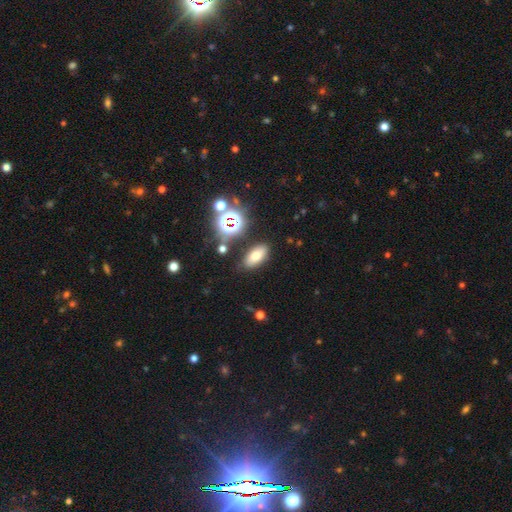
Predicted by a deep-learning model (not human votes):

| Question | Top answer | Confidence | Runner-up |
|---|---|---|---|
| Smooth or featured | smooth | 67% | star or artifact (20%) |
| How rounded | in between | 86% | round (8%) |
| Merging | none | 83% | minor disturbance (10%) |